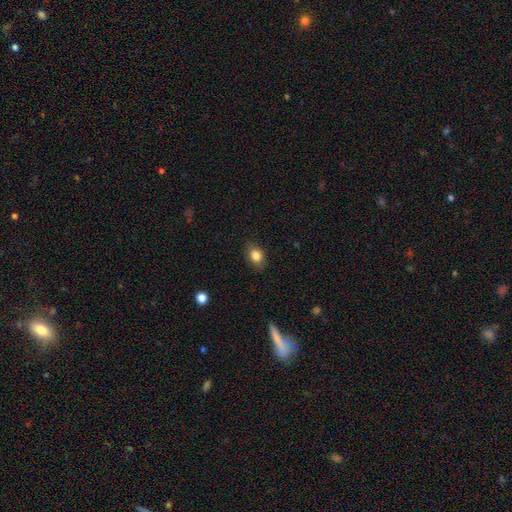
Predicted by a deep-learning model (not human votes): smooth 83%, star or artifact 9%, featured or disk 8%. Down the decision tree: how rounded — in between (68%); merging — none (83%).